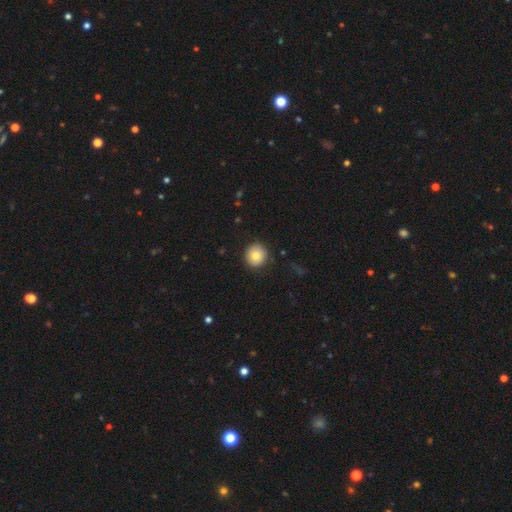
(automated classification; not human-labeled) This appears to be a smooth galaxy with no disk features (81%) that is round (89%). Merging: none (89%).